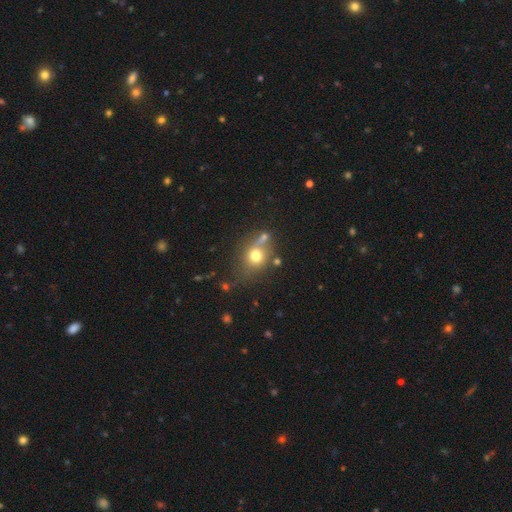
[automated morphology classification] This appears to be a smooth galaxy with no disk features (71%) that is round (71%). Merging: none (54%).